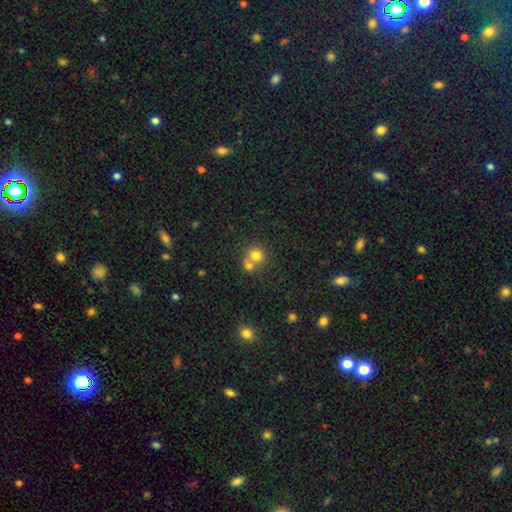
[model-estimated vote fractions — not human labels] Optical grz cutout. It shows a smooth galaxy with no disk features (73%) that is round (83%). Merging: merger (52%).